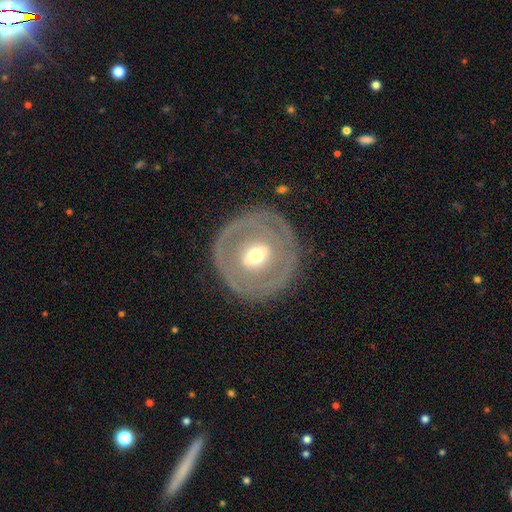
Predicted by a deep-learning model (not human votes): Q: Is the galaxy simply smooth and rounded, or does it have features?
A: featured or disk — 66%.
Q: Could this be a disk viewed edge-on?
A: no — 91%.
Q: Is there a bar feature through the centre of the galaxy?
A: weak — 40%.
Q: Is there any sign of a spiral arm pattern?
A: no — 69%.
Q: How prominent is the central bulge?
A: moderate — 64%.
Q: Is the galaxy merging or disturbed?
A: none — 82%.